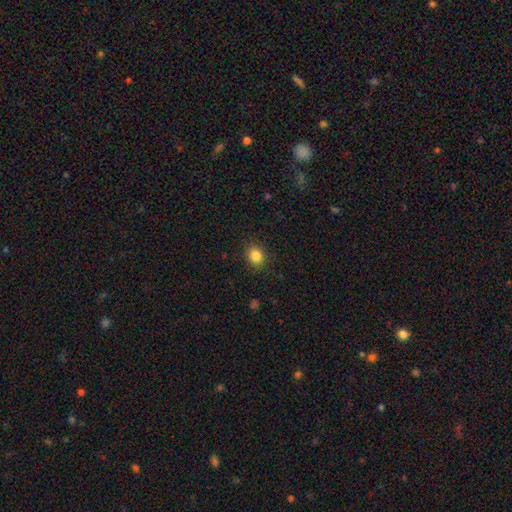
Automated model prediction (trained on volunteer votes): Smooth or featured?
  - smooth: 84% *
  - star or artifact: 11%
  - featured or disk: 5%
How rounded?
  - round: 67% *
  - in between: 32%
  - cigar-shaped: 1%
Merging?
  - none: 89% *
  - minor disturbance: 8%
  - major disturbance: 2%
  - merger: 1%